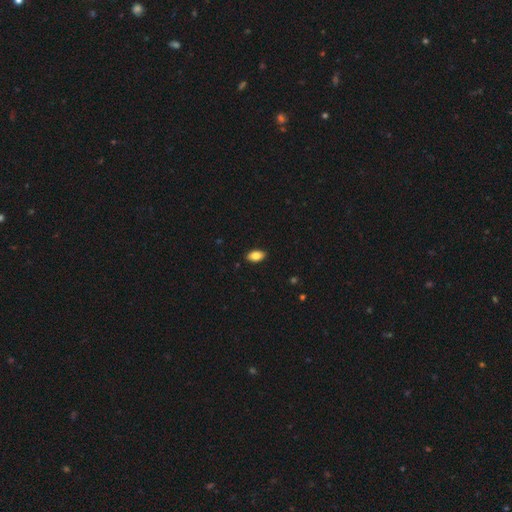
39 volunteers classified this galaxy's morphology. Volunteers were most divided on "smooth or featured": smooth: 90%, featured or disk: 8%, star or artifact: 3%. More confident: merging — none (97%); how rounded — in between (97%).